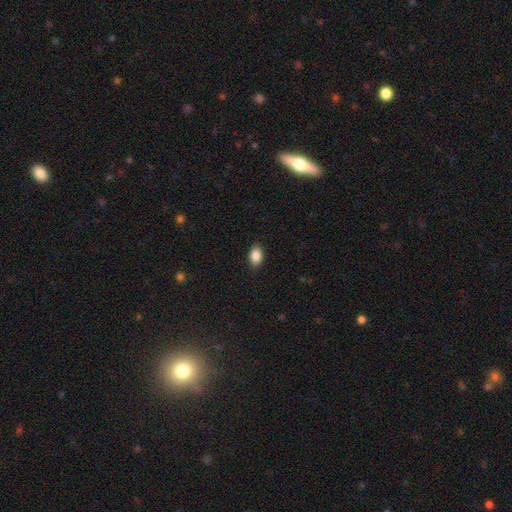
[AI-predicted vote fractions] Q: Smooth or featured?
A: smooth (88%); runner-up: star or artifact (8%)
Q: How rounded?
A: in between (90%); runner-up: round (9%)
Q: Merging?
A: none (89%); runner-up: minor disturbance (8%)